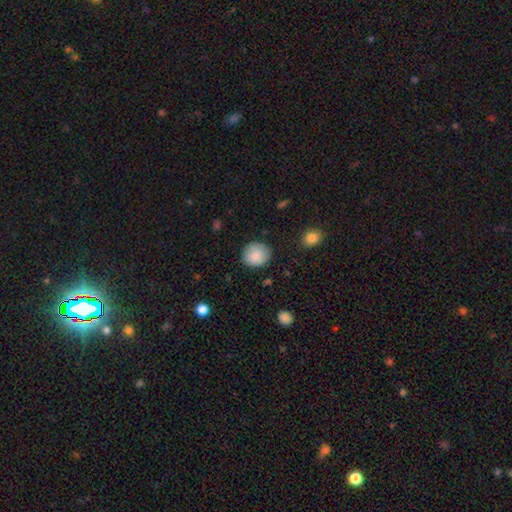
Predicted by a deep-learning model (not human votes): Q: Smooth or featured?
A: smooth (86%); runner-up: featured or disk (7%)
Q: How rounded?
A: round (84%); runner-up: in between (15%)
Q: Merging?
A: none (82%); runner-up: minor disturbance (13%)